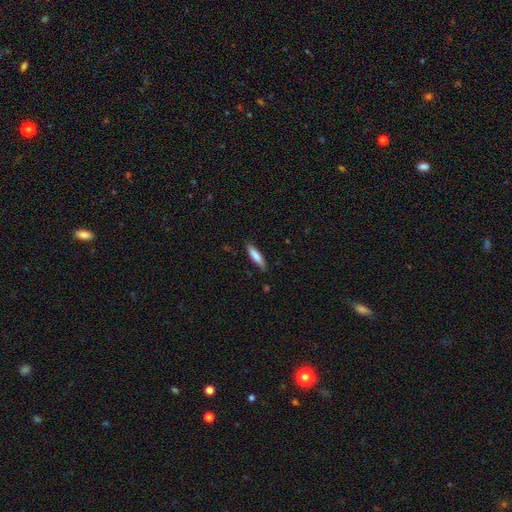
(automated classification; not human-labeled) Q: Smooth or featured?
A: smooth (76%); runner-up: featured or disk (18%)
Q: How rounded?
A: cigar-shaped (75%); runner-up: in between (24%)
Q: Merging?
A: none (84%); runner-up: minor disturbance (12%)